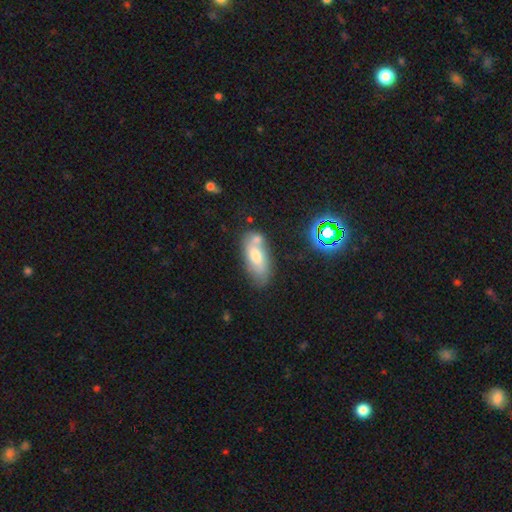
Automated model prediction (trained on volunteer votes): Smooth or featured? Predicted: smooth (p=0.58). How rounded? Predicted: in between (p=0.84). Merging? Predicted: none (p=0.49).